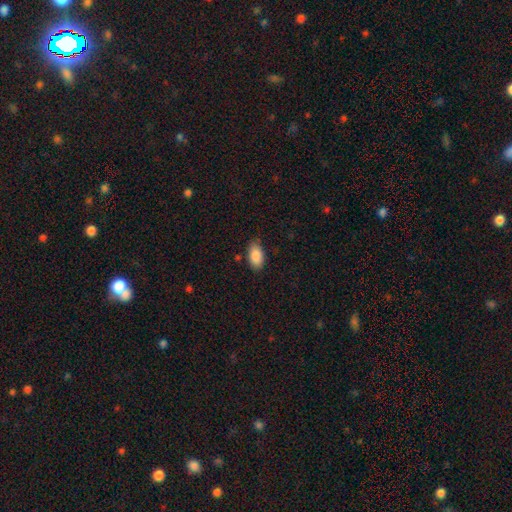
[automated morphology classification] Smooth or featured? Predicted: smooth (p=0.88). How rounded? Predicted: in between (p=0.93). Merging? Predicted: none (p=0.79).